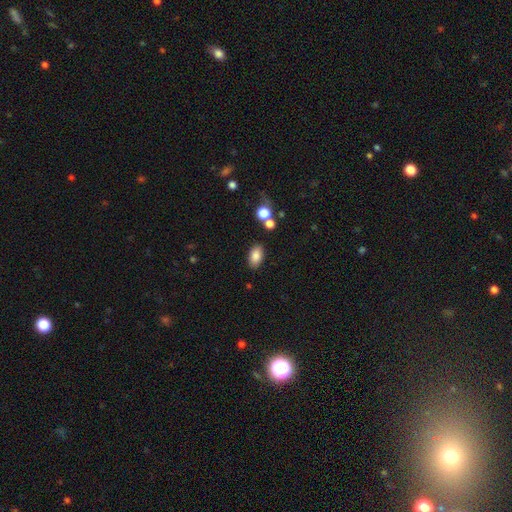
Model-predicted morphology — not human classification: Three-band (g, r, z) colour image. It shows a smooth galaxy with no disk features (84%) that is in between round and cigar-shaped (91%). Merging: none (83%).